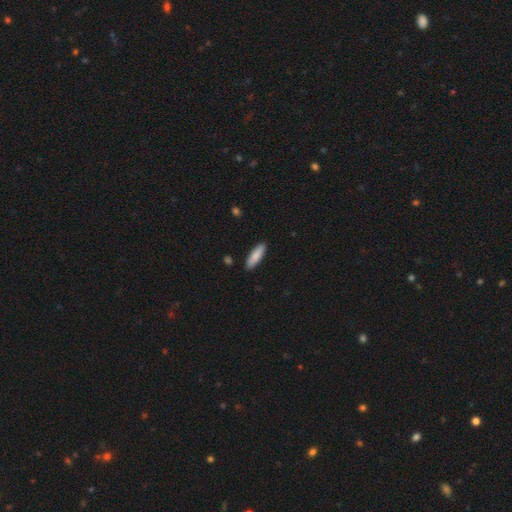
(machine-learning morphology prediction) This is clearly a smooth galaxy (85%). How rounded: possibly cigar-shaped (59%). Merging: clearly none (89%).